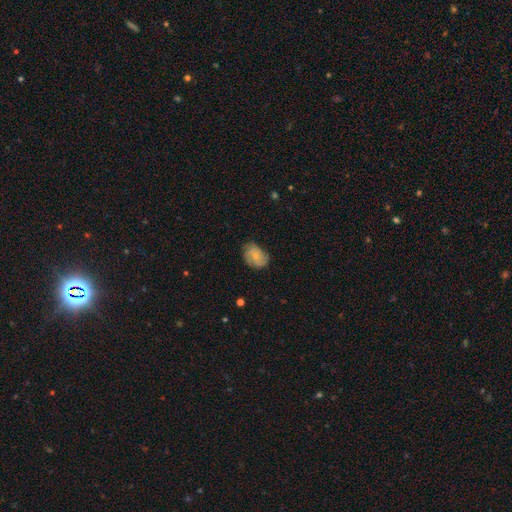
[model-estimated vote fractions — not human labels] This appears to be a featured or disk galaxy (47%). Merging: none (64%).